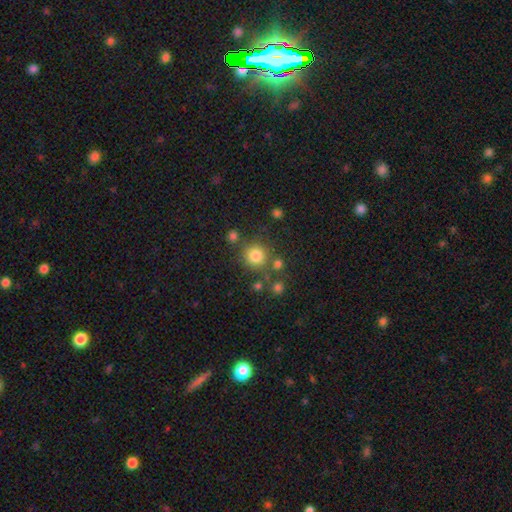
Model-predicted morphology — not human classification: A smooth galaxy with no disk features (80%) that is round (92%). Merging: none (76%).